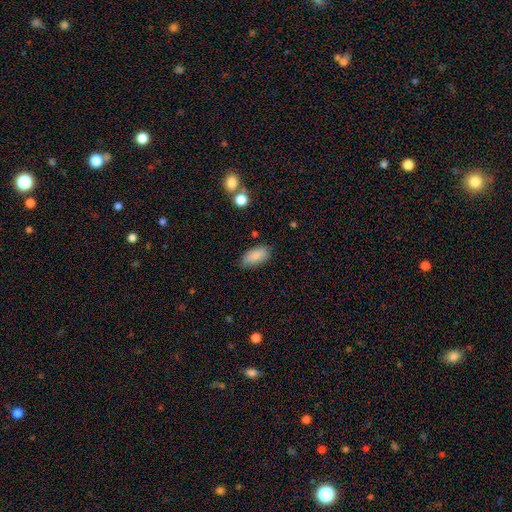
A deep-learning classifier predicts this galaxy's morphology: smooth_or_featured: smooth (p=0.87) [alt: star or artifact p=0.07]
how_rounded: in between (p=0.90) [alt: cigar-shaped p=0.07]
merging: none (p=0.79) [alt: minor disturbance p=0.16]